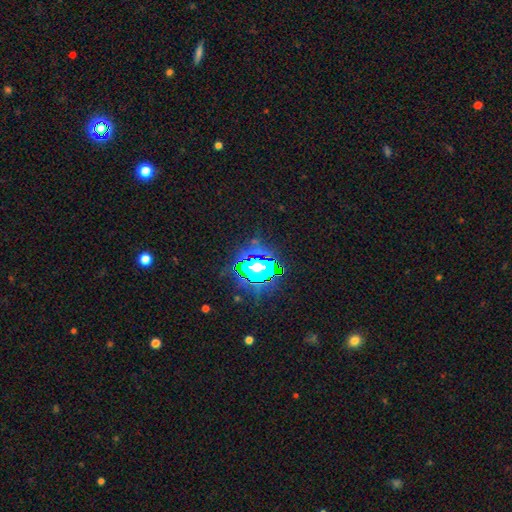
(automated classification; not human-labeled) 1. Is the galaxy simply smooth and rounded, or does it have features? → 82% star or artifact, 11% smooth, 7% featured or disk.